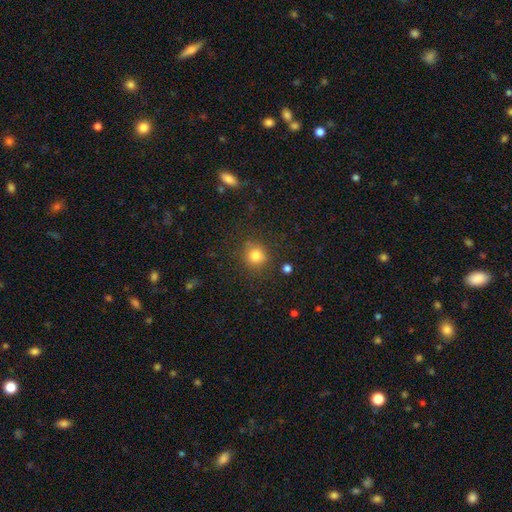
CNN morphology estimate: smooth_or_featured: smooth (p=0.81) [alt: star or artifact p=0.12]
how_rounded: round (p=0.88) [alt: in between p=0.11]
merging: none (p=0.82) [alt: minor disturbance p=0.11]